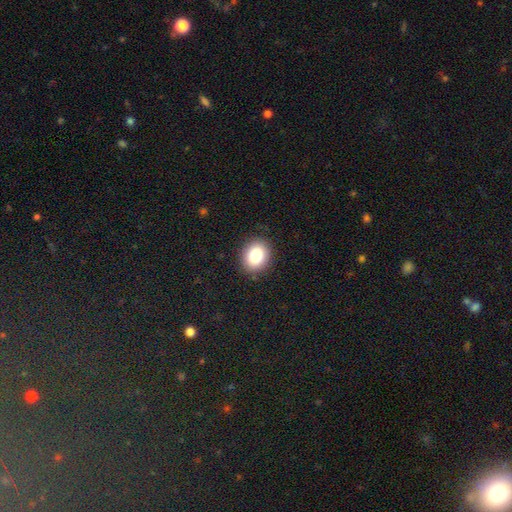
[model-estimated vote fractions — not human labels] Smooth or featured: smooth — 84% (star or artifact — 9%)
How rounded: in between — 54% (round — 46%)
Merging: none — 89% (minor disturbance — 8%)